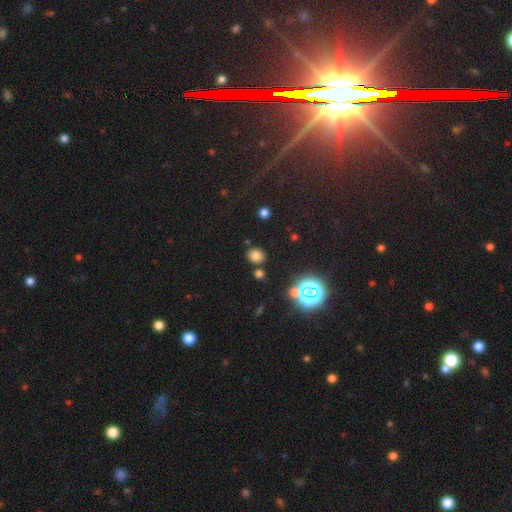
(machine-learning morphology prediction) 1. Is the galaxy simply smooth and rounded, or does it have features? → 71% smooth, 23% star or artifact, 6% featured or disk.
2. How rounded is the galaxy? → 76% round, 23% in between, 1% cigar-shaped.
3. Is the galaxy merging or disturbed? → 82% none, 9% minor disturbance, 7% merger, 3% major disturbance.